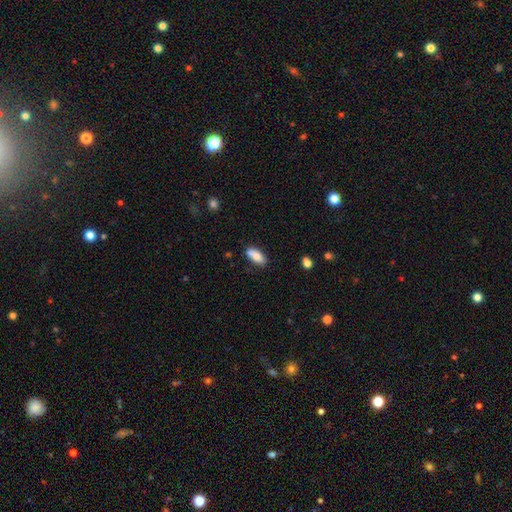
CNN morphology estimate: Smooth or featured? Predicted: smooth (p=0.81). How rounded? Predicted: in between (p=0.79). Merging? Predicted: none (p=0.67).